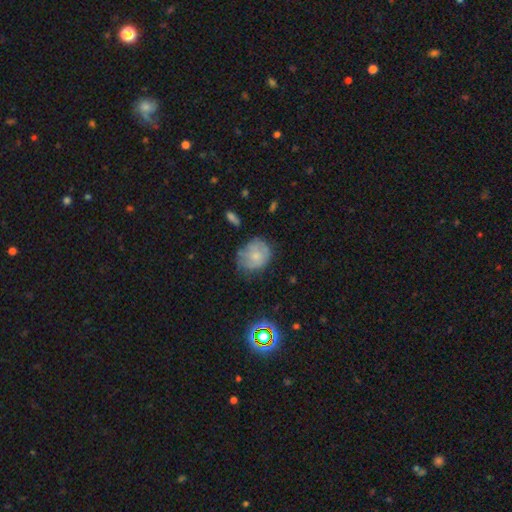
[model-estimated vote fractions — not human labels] A smooth galaxy with no disk features (59%) that is round (70%). Merging: none (55%).